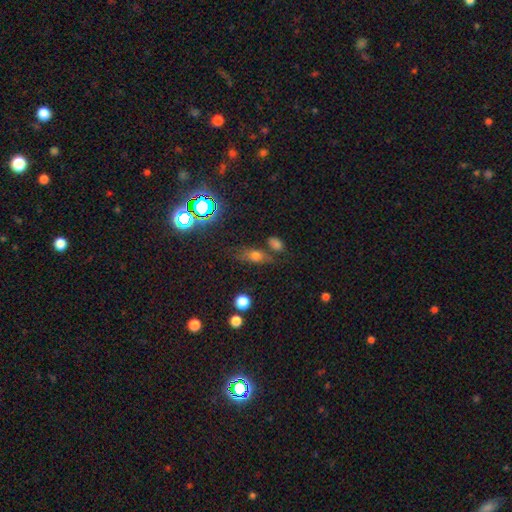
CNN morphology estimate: Smooth or featured? Predicted: smooth (p=0.58). How rounded? Predicted: in between (p=0.67). Merging? Predicted: none (p=0.64).